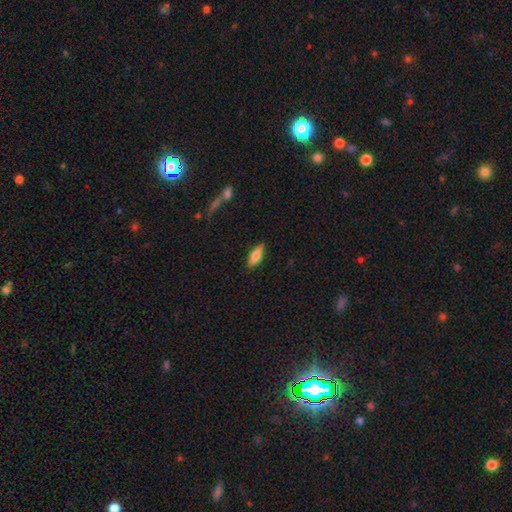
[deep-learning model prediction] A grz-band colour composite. It shows a smooth galaxy with no disk features (75%) that is in between round and cigar-shaped (69%). Merging: none (86%).